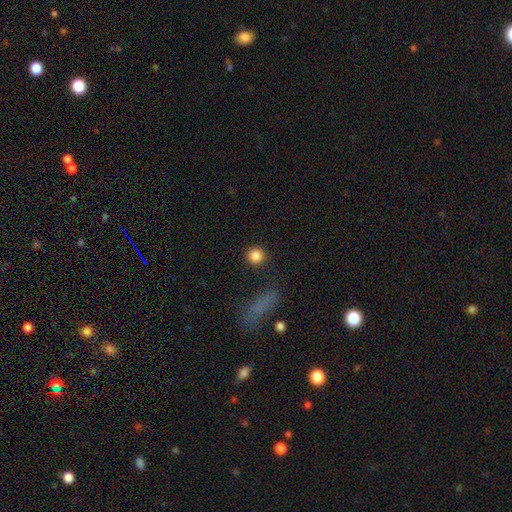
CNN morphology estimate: smooth 85%, star or artifact 10%, featured or disk 4%. Down the decision tree: how rounded — round (95%); merging — none (89%).